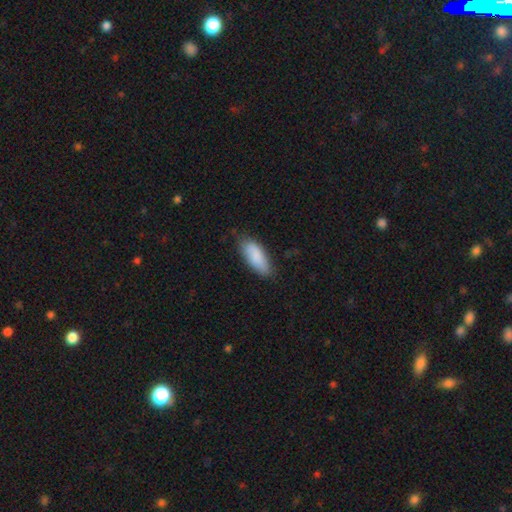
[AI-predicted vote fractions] Overall: smooth (86%). How rounded: in between (79%). Merging: none (75%).